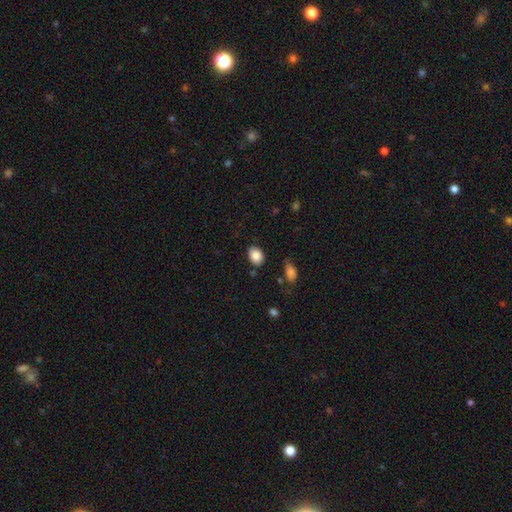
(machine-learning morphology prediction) Smooth or featured? smooth (87%)
How rounded? in between (69%)
Merging? none (81%)